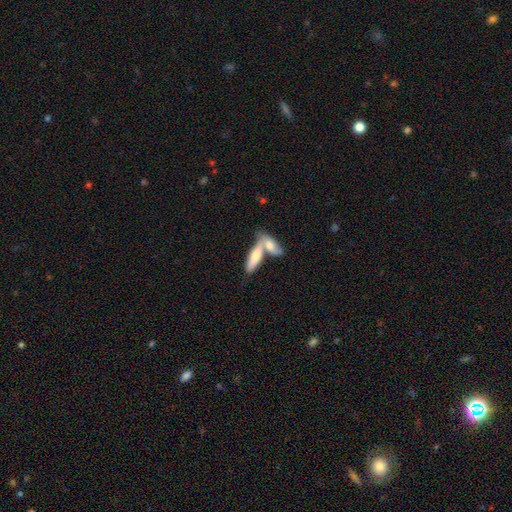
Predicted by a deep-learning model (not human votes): Smooth or featured? Predicted: smooth (p=0.69). How rounded? Predicted: in between (p=0.55). Merging? Predicted: merger (p=0.60).